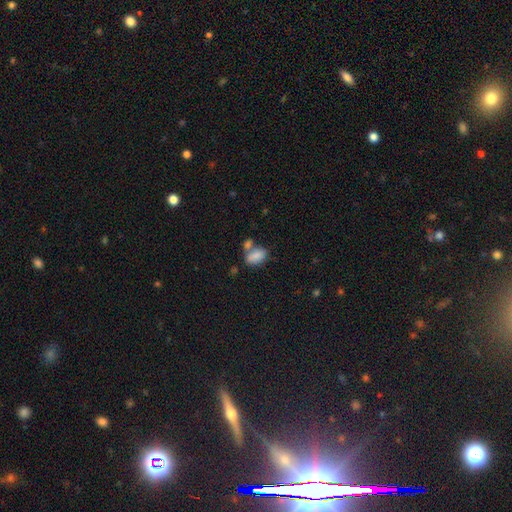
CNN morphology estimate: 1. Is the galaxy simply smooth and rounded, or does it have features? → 82% smooth, 9% featured or disk, 8% star or artifact.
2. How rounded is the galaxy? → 88% in between, 9% round, 3% cigar-shaped.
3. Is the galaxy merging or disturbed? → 41% none, 38% merger, 15% minor disturbance, 6% major disturbance.